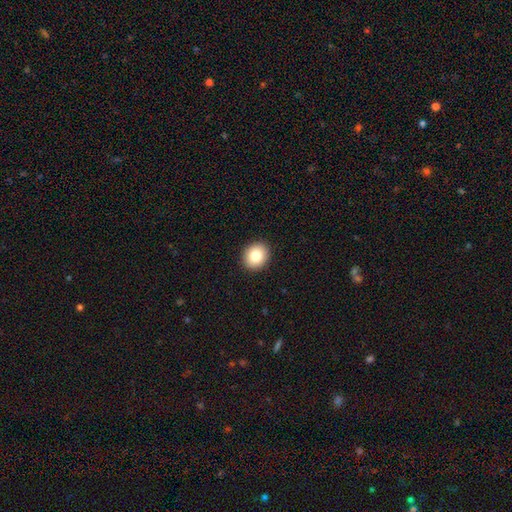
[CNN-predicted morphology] type=smooth (83%); roundness=round (71%); merging=none (92%).